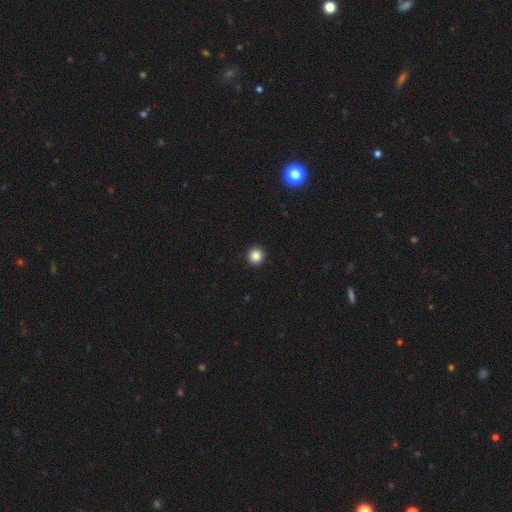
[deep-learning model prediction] Smooth or featured?
  - smooth: 86% *
  - star or artifact: 11%
  - featured or disk: 4%
How rounded?
  - round: 95% *
  - in between: 4%
  - cigar-shaped: 1%
Merging?
  - none: 94% *
  - minor disturbance: 4%
  - major disturbance: 1%
  - merger: 1%